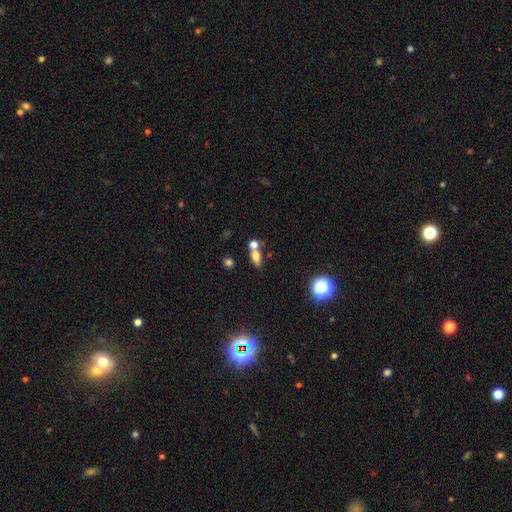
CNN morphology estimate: smooth 72%, star or artifact 14%, featured or disk 14%. Down the decision tree: how rounded — in between (72%); merging — none (45%).